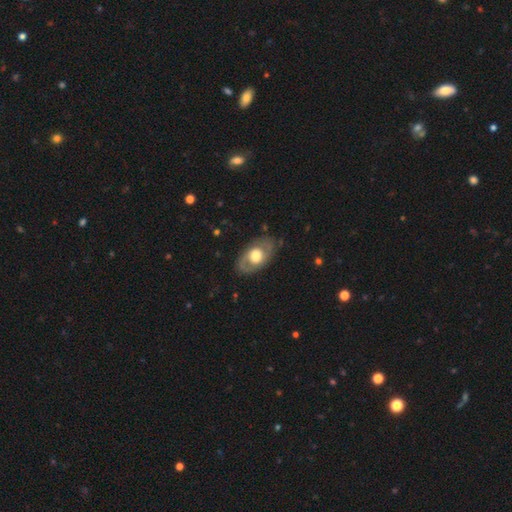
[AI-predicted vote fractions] featured or disk 59%, smooth 36%, star or artifact 5%. Down the decision tree: edge-on disk — no (91%); bar — no (78%); spiral arms — no (52%); bulge size — moderate (48%); merging — none (79%).